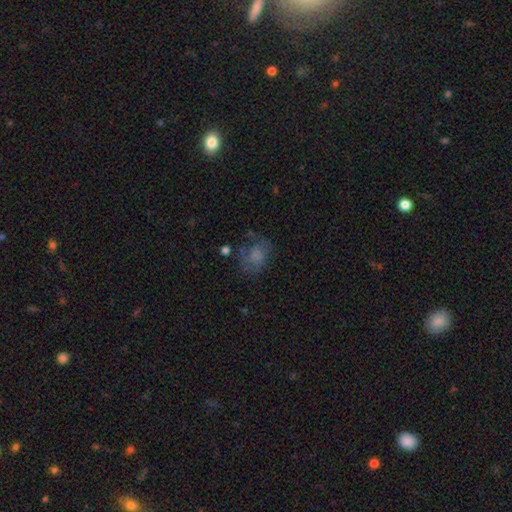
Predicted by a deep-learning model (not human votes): Smooth or featured? smooth (62%)
How rounded? in between (67%)
Merging? none (48%)